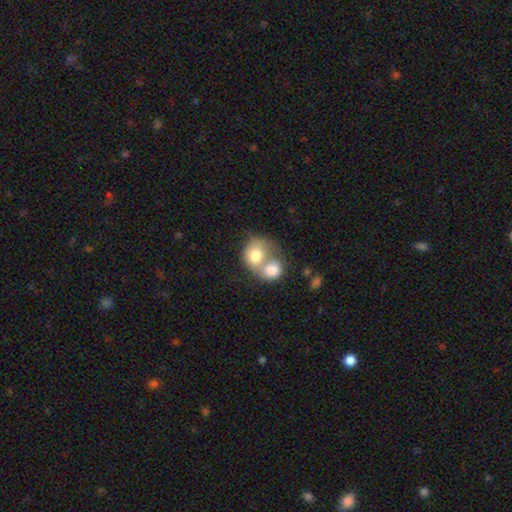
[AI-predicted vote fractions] This appears to be a smooth galaxy with no disk features (72%) that is round (58%). Merging: merger (77%).